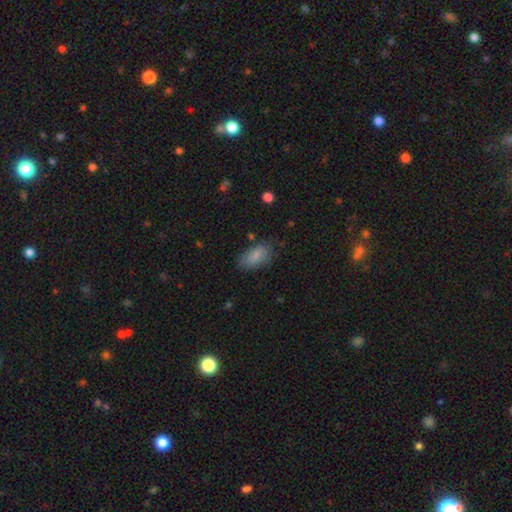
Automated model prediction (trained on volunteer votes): Overall: smooth (83%). How rounded: in between (90%). Merging: none (73%).